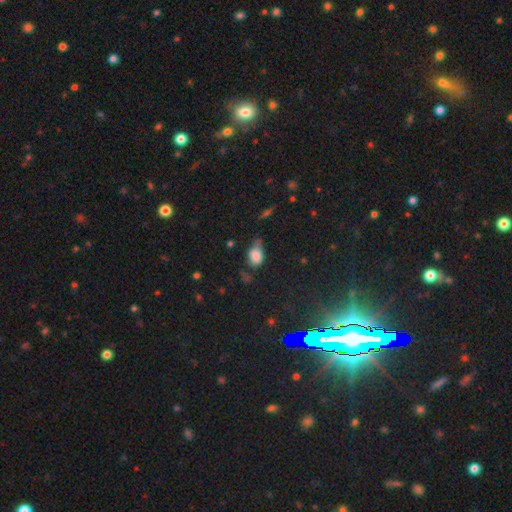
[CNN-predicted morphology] This is likely a smooth galaxy (80%). How rounded: likely in between (76%). Merging: marginally minor disturbance (41%).